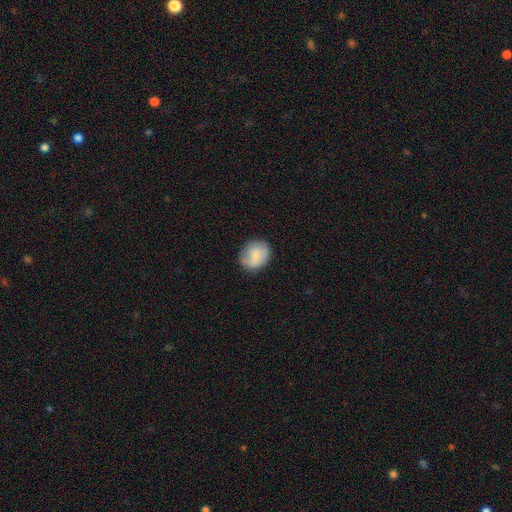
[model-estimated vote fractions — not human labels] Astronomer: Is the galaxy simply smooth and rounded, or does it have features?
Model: smooth — 73%.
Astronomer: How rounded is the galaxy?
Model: round — 68%.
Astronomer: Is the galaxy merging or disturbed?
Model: none — 76%.